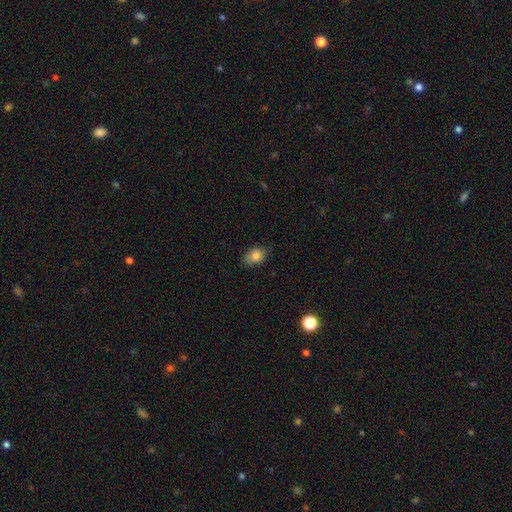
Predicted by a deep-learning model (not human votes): Q: Smooth or featured?
A: smooth (84%); runner-up: star or artifact (9%)
Q: How rounded?
A: in between (70%); runner-up: round (29%)
Q: Merging?
A: none (76%); runner-up: minor disturbance (20%)